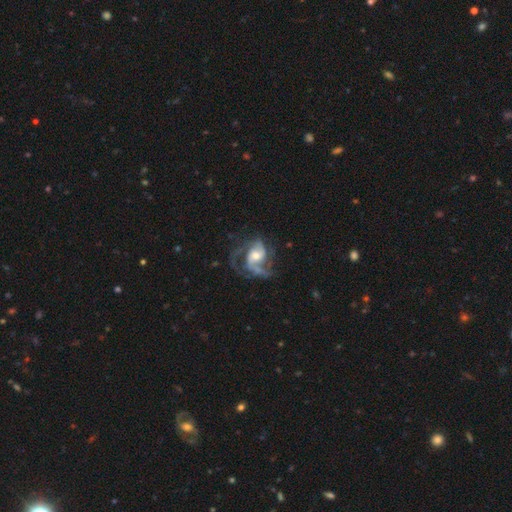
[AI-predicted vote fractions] featured or disk 87%, smooth 8%, star or artifact 5%. Down the decision tree: edge-on disk — no (98%); bar — no (54%); spiral arms — yes (95%); spiral arm count — 2 (40%); spiral winding — medium (52%); bulge size — moderate (58%); merging — none (50%).